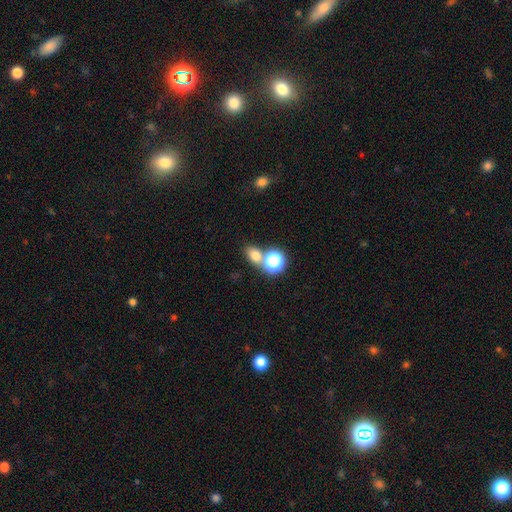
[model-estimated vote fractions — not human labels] smooth-or-featured: smooth: 72% | star or artifact: 19% | featured or disk: 9%
  how-rounded: in between: 58% | round: 40% | cigar-shaped: 2%
  merging: none: 58% | merger: 29% | minor disturbance: 9% | major disturbance: 4%